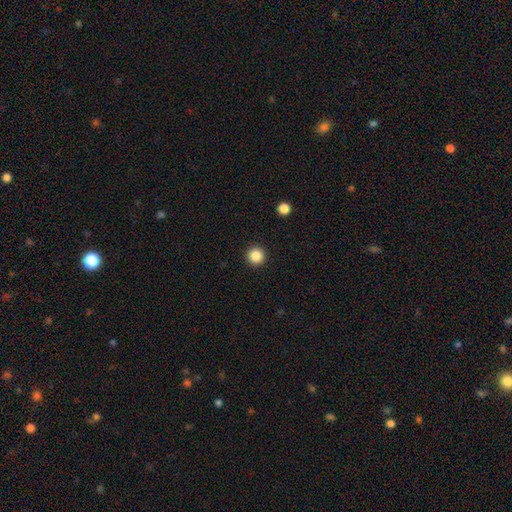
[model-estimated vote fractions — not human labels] Smooth or featured? Predicted: smooth (p=0.86). How rounded? Predicted: round (p=0.96). Merging? Predicted: none (p=0.94).